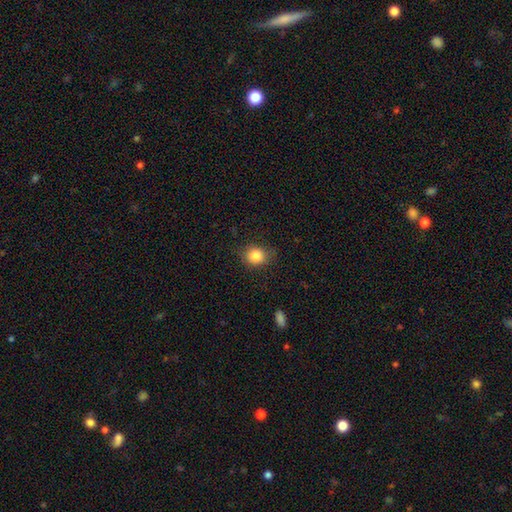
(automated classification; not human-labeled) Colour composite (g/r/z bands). It shows a smooth galaxy with no disk features (85%) that is round (67%). Merging: none (80%).